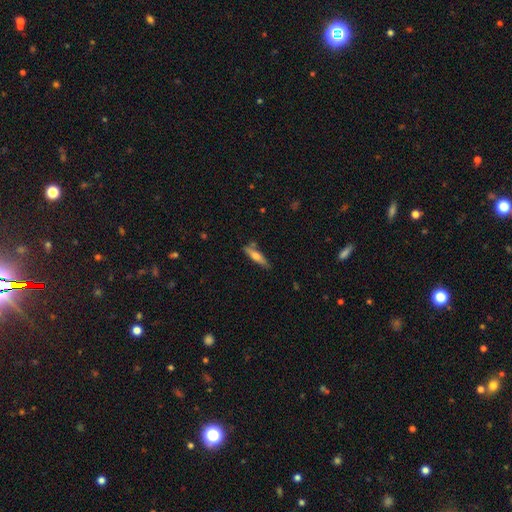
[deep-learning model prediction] Smooth or featured?
  - smooth: 57% *
  - featured or disk: 37%
  - star or artifact: 6%
How rounded?
  - cigar-shaped: 75% *
  - in between: 23%
  - round: 2%
Merging?
  - none: 72% *
  - minor disturbance: 18%
  - merger: 7%
  - major disturbance: 4%